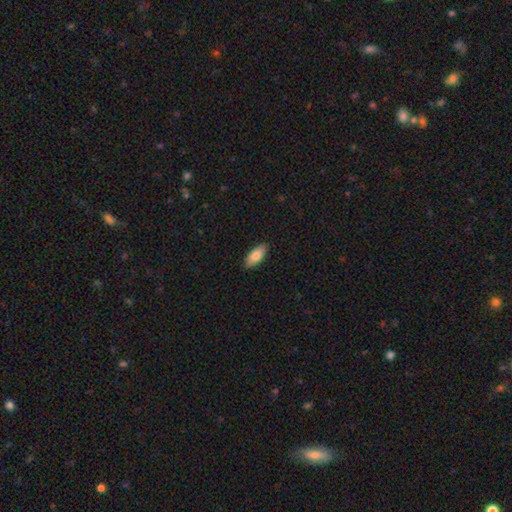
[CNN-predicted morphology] Smooth or featured? Predicted: smooth (p=0.81). How rounded? Predicted: in between (p=0.86). Merging? Predicted: none (p=0.89).